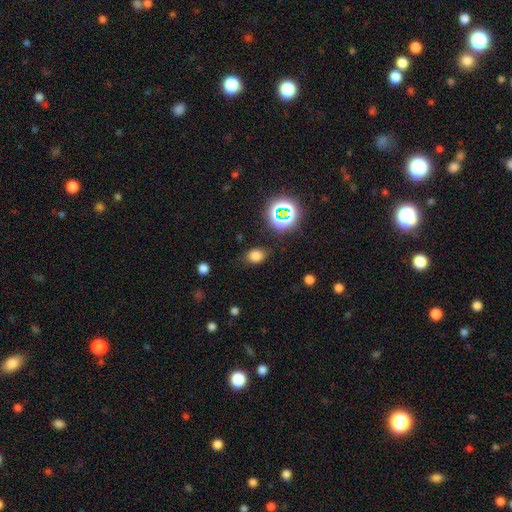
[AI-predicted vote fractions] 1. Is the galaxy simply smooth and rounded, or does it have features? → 74% smooth, 19% star or artifact, 7% featured or disk.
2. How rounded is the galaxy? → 61% in between, 37% round, 1% cigar-shaped.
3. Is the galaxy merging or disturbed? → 80% none, 14% minor disturbance, 4% major disturbance, 2% merger.